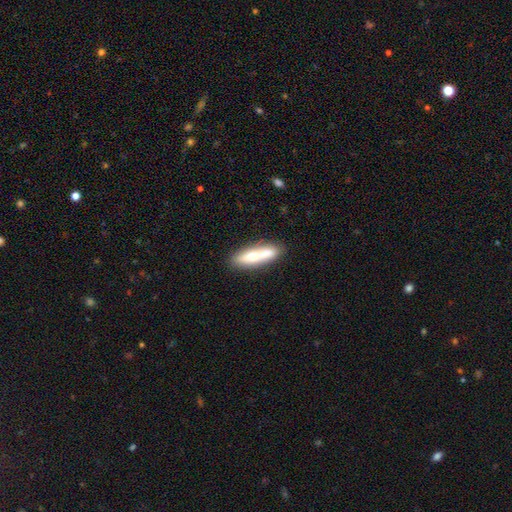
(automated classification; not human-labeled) smooth_or_featured: smooth (p=0.70) [alt: featured or disk p=0.24]
how_rounded: cigar-shaped (p=0.74) [alt: in between p=0.24]
merging: none (p=0.77) [alt: minor disturbance p=0.13]